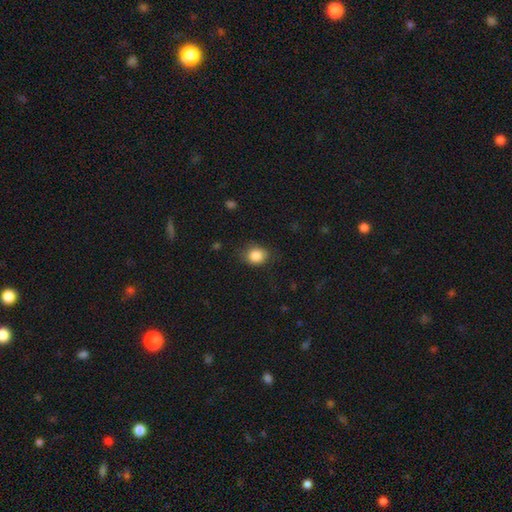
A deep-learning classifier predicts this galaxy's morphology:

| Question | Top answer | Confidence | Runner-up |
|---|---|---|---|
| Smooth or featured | smooth | 86% | star or artifact (9%) |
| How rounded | round | 62% | in between (37%) |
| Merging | none | 75% | minor disturbance (18%) |